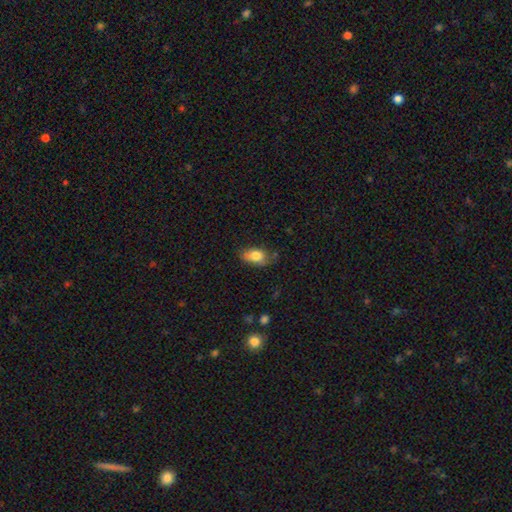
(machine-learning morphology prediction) This appears to be a smooth galaxy with no disk features (79%) that is in between round and cigar-shaped (86%). Merging: none (67%).